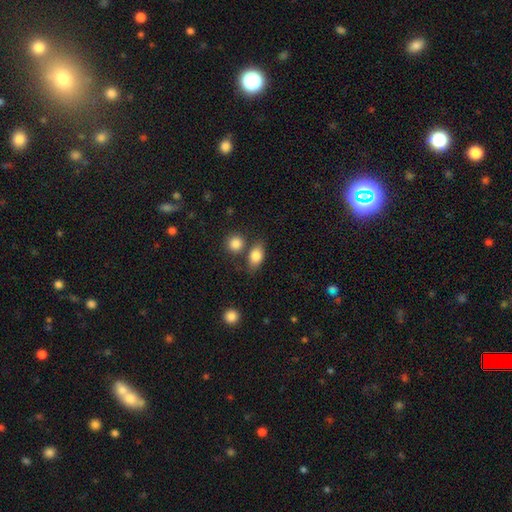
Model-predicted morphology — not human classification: This appears to be a smooth galaxy with no disk features (82%) that is in between round and cigar-shaped (80%). Merging: none (64%).